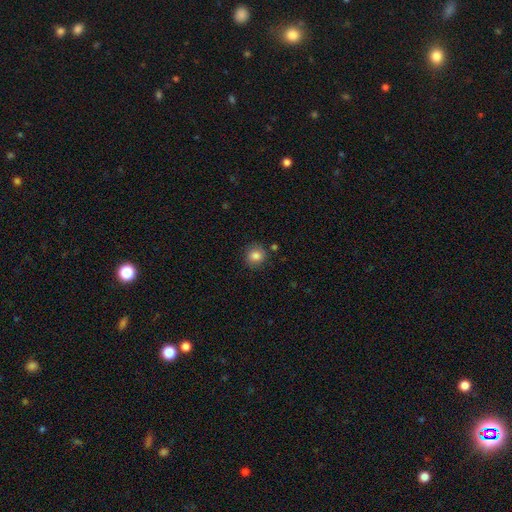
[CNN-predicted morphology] smooth_or_featured: smooth (p=0.84) [alt: star or artifact p=0.10]
how_rounded: round (p=0.87) [alt: in between p=0.12]
merging: none (p=0.84) [alt: minor disturbance p=0.10]